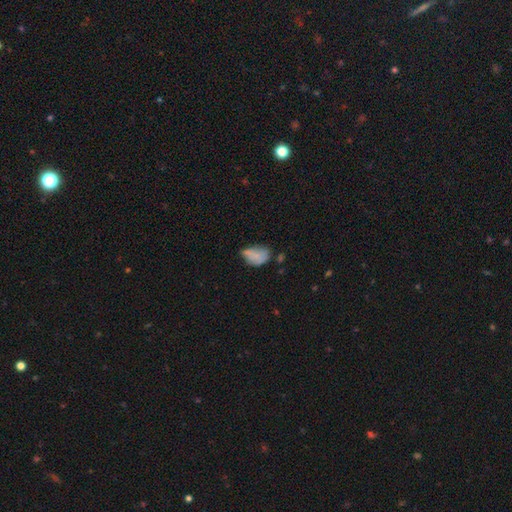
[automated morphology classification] This is likely a smooth galaxy (70%). How rounded: clearly in between (84%). Merging: marginally minor disturbance (42%).